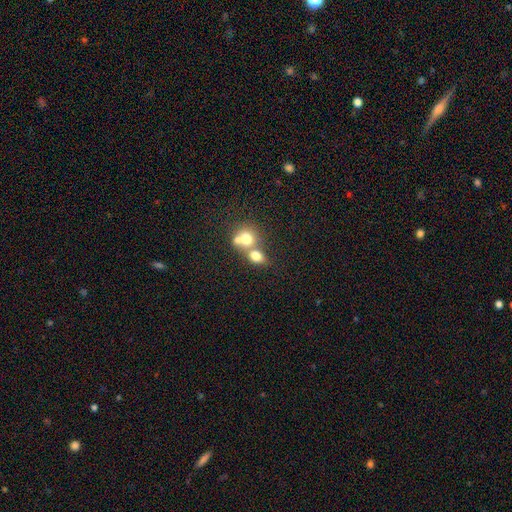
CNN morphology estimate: smooth-or-featured: smooth: 71% | featured or disk: 17% | star or artifact: 12%
  how-rounded: round: 59% | in between: 40% | cigar-shaped: 1%
  merging: merger: 58% | none: 32% | minor disturbance: 7% | major disturbance: 4%